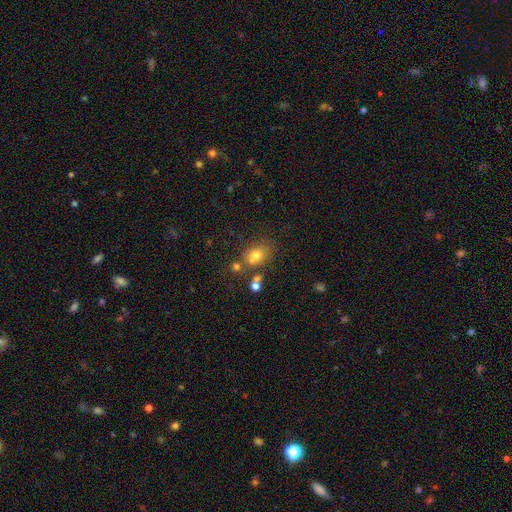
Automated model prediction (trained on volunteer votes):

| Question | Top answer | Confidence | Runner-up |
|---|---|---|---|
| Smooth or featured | smooth | 72% | star or artifact (15%) |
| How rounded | in between | 53% | round (46%) |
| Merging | none | 58% | merger (21%) |